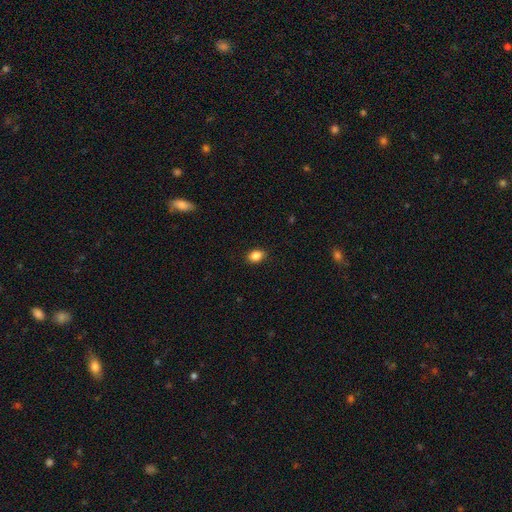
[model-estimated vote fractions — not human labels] This appears to be a smooth galaxy with no disk features (86%) that is in between round and cigar-shaped (71%). Merging: none (87%).